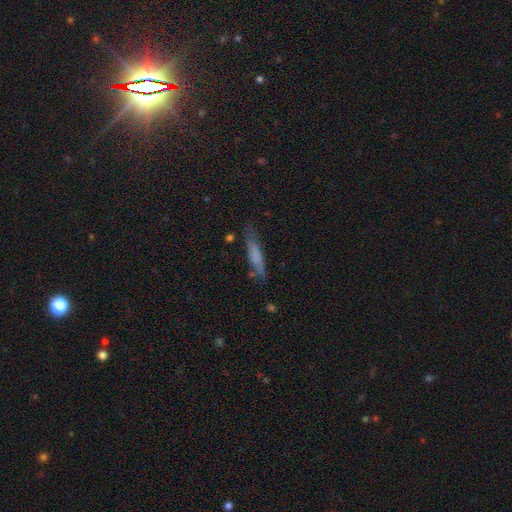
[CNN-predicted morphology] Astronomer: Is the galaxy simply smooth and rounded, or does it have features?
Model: smooth — 66%.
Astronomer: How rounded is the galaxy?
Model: cigar-shaped — 82%.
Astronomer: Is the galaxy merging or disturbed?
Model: none — 70%.